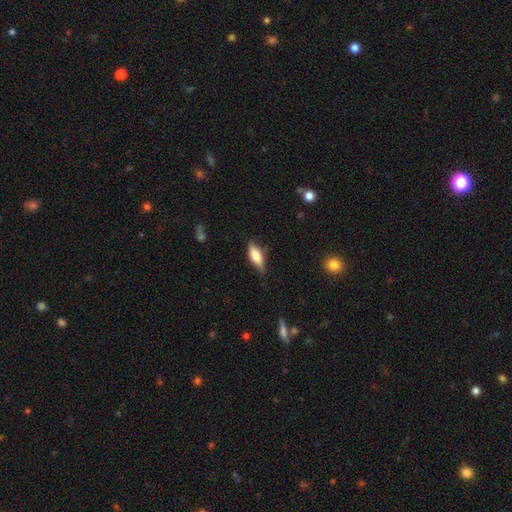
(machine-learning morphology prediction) Q: Smooth or featured?
A: smooth (64%); runner-up: featured or disk (29%)
Q: How rounded?
A: in between (72%); runner-up: cigar-shaped (25%)
Q: Merging?
A: none (68%); runner-up: minor disturbance (25%)